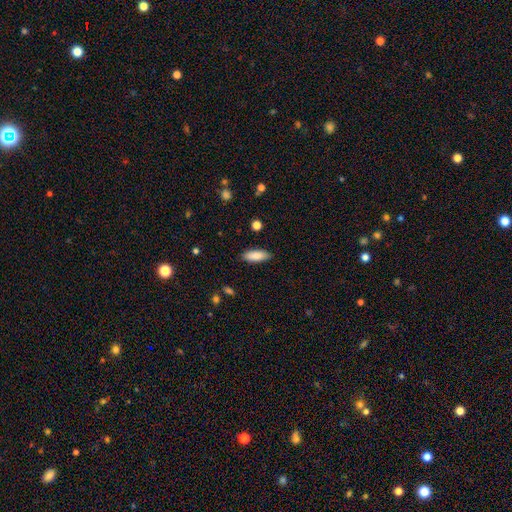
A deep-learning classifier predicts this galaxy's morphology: Smooth or featured? Predicted: smooth (p=0.87). How rounded? Predicted: in between (p=0.68). Merging? Predicted: none (p=0.87).